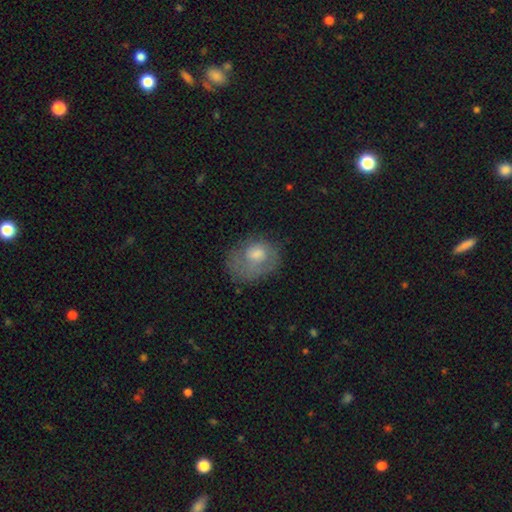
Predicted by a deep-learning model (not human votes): Q: Smooth or featured?
A: smooth (56%); runner-up: featured or disk (35%)
Q: How rounded?
A: in between (56%); runner-up: round (43%)
Q: Merging?
A: none (43%); runner-up: major disturbance (28%)